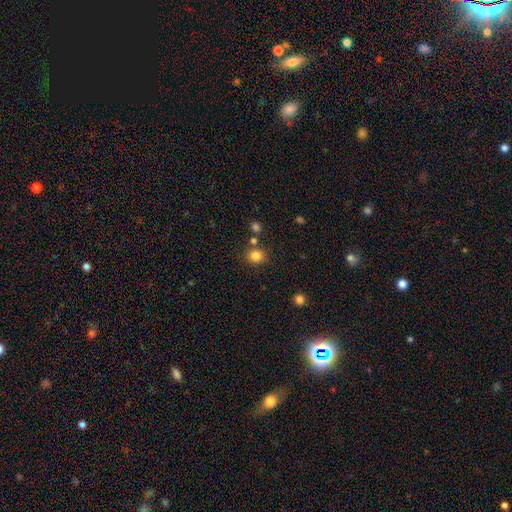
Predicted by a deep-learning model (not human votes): Smooth or featured: smooth — 83% (star or artifact — 12%)
How rounded: round — 76% (in between — 23%)
Merging: none — 78% (minor disturbance — 10%)